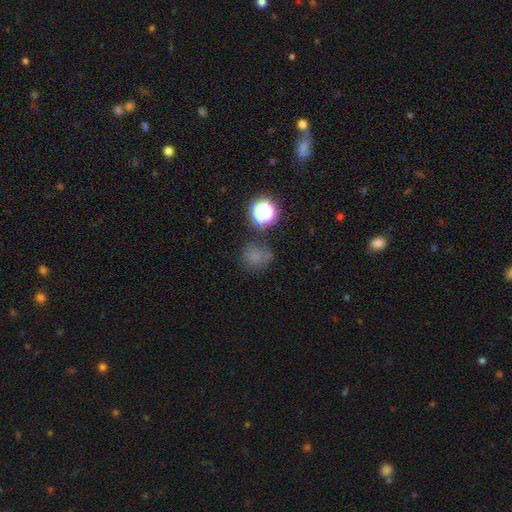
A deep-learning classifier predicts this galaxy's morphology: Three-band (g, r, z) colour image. It shows a smooth galaxy with no disk features (60%) that is round (82%). Merging: none (59%).